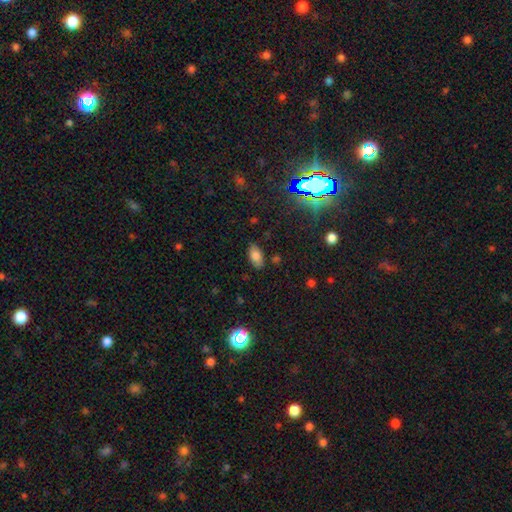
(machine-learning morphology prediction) A smooth galaxy with no disk features (78%) that is in between round and cigar-shaped (92%). Merging: none (84%).